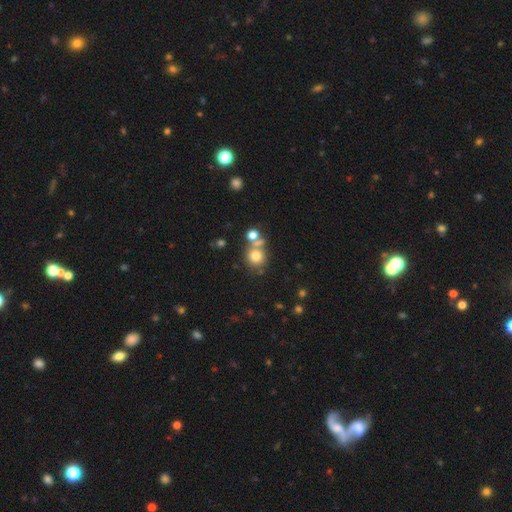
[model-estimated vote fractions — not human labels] This is likely a smooth galaxy (73%). How rounded: clearly round (85%). Merging: possibly none (57%).